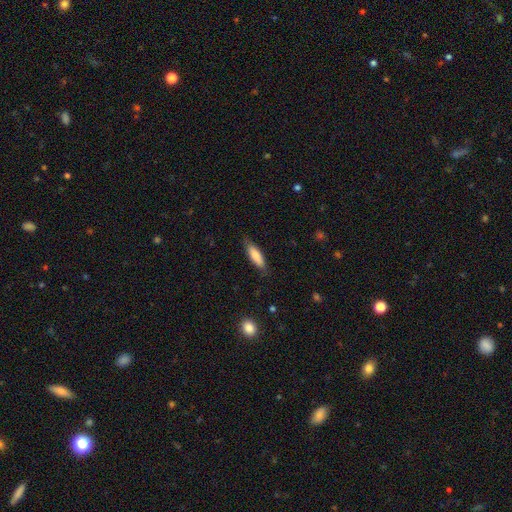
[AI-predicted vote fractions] This is likely a smooth galaxy (79%). How rounded: possibly cigar-shaped (57%). Merging: likely none (79%).